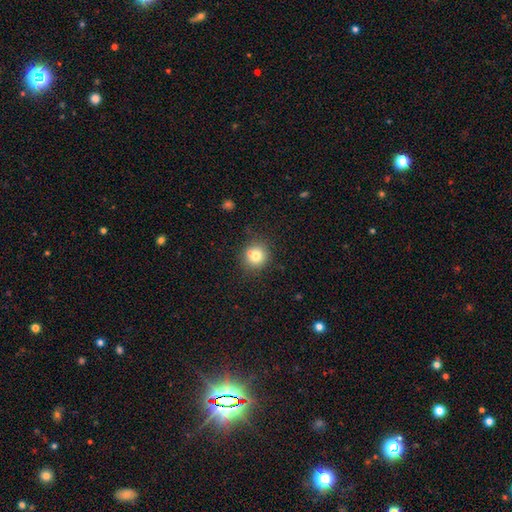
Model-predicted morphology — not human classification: Smooth or featured: smooth — 76% (featured or disk — 12%)
How rounded: round — 89% (in between — 10%)
Merging: none — 72% (merger — 13%)